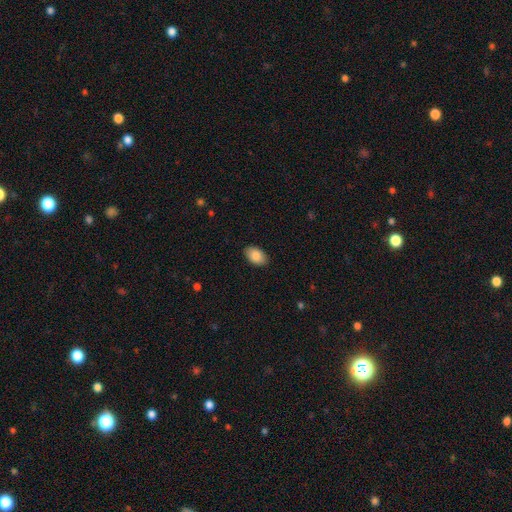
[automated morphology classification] This appears to be a smooth galaxy with no disk features (88%) that is in between round and cigar-shaped (92%). Merging: none (88%).